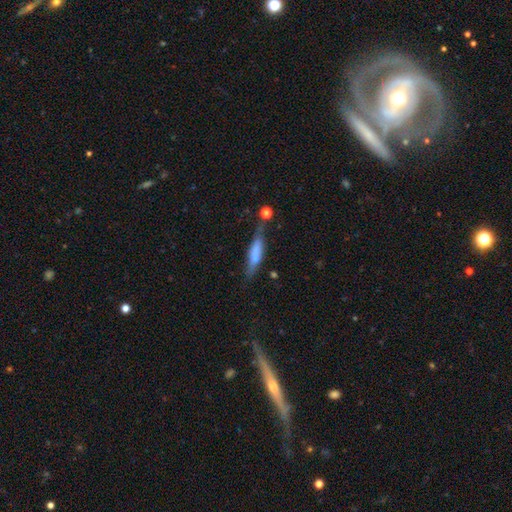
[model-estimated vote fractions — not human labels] smooth-or-featured: smooth: 55% | featured or disk: 37% | star or artifact: 9%
  how-rounded: cigar-shaped: 81% | in between: 17% | round: 2%
  merging: none: 56% | minor disturbance: 24% | major disturbance: 10% | merger: 9%